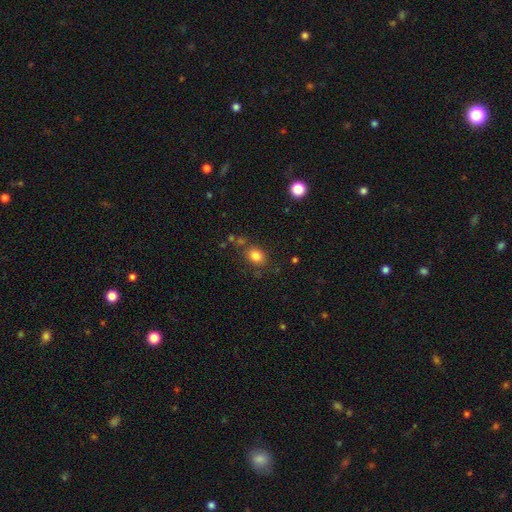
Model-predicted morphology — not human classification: The model was most divided on "how rounded": in between: 54%, round: 45%, cigar-shaped: 1%. More confident: smooth or featured — smooth (82%); merging — none (75%).